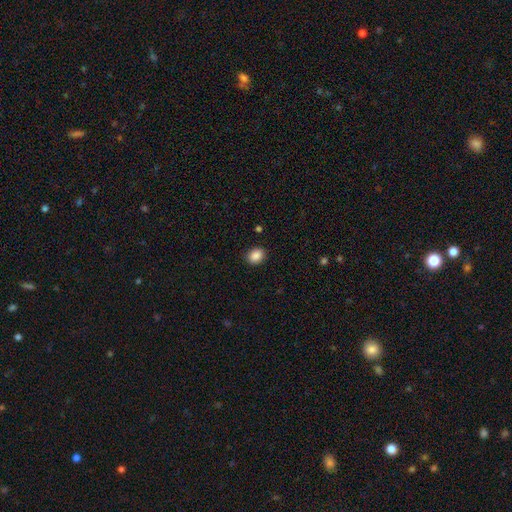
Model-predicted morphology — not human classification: Overall: smooth (88%). How rounded: in between (51%; round 48%). Merging: none (90%).